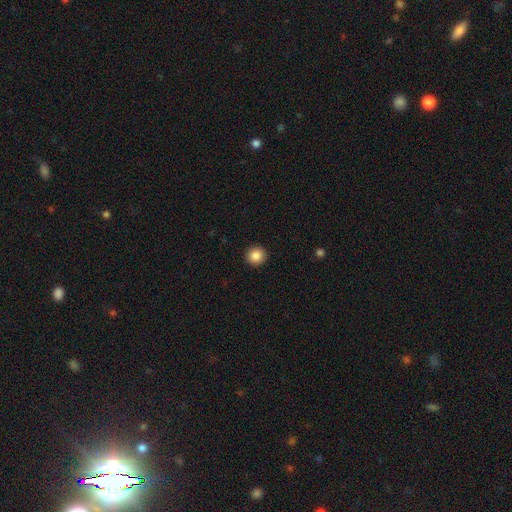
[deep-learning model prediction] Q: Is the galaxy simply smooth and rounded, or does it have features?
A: smooth — 86%.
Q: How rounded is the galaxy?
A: round — 94%.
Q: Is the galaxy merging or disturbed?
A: none — 93%.